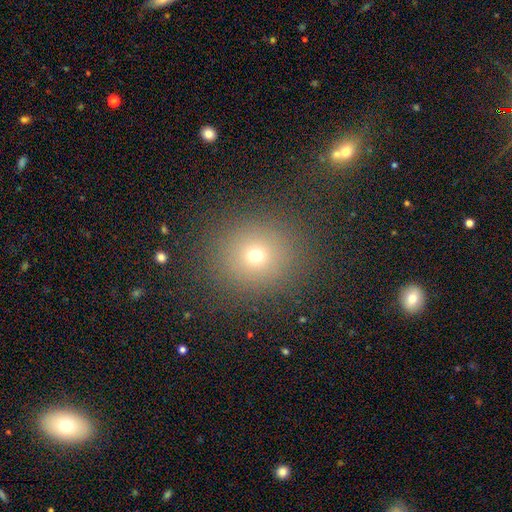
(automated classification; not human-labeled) This appears to be a smooth galaxy with no disk features (68%) that is round (85%). Merging: none (86%).